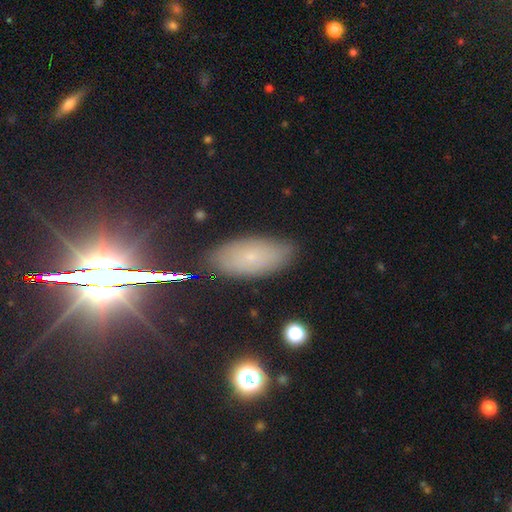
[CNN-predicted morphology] This appears to be a smooth galaxy with no disk features (51%) that is in between round and cigar-shaped (89%). Merging: none (85%).